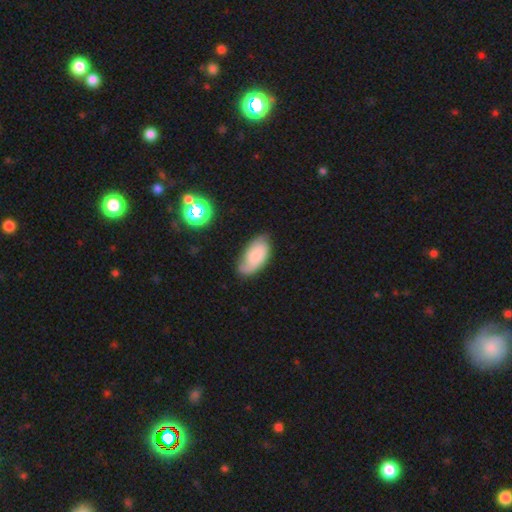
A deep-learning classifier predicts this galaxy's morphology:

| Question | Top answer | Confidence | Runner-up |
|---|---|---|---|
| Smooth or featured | smooth | 56% | featured or disk (35%) |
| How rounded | in between | 93% | cigar-shaped (4%) |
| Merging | none | 66% | minor disturbance (25%) |